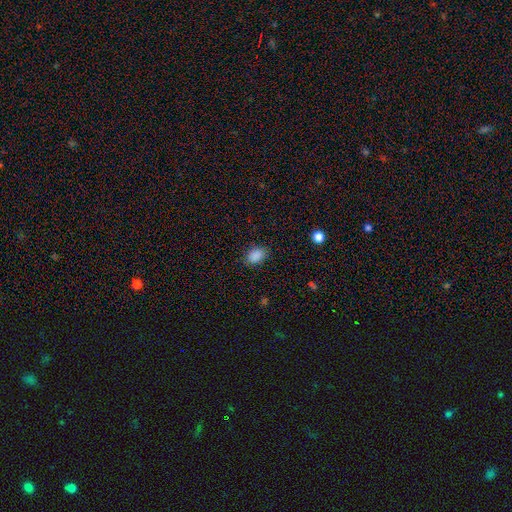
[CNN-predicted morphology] This appears to be a smooth galaxy with no disk features (88%) that is in between round and cigar-shaped (80%). Merging: none (84%).